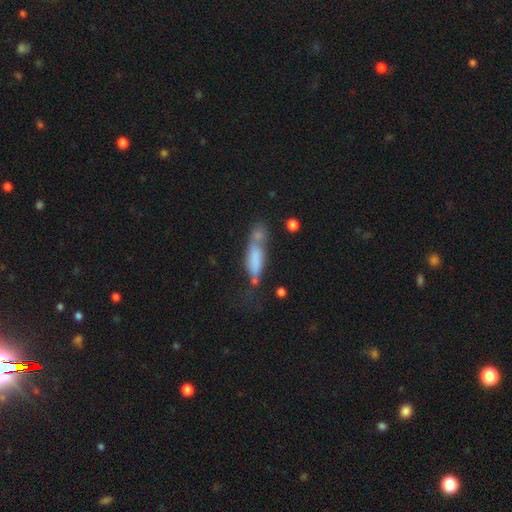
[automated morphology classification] smooth-or-featured: smooth: 66% | featured or disk: 24% | star or artifact: 10%
  how-rounded: cigar-shaped: 56% | in between: 40% | round: 3%
  merging: none: 32% | merger: 28% | minor disturbance: 22% | major disturbance: 18%